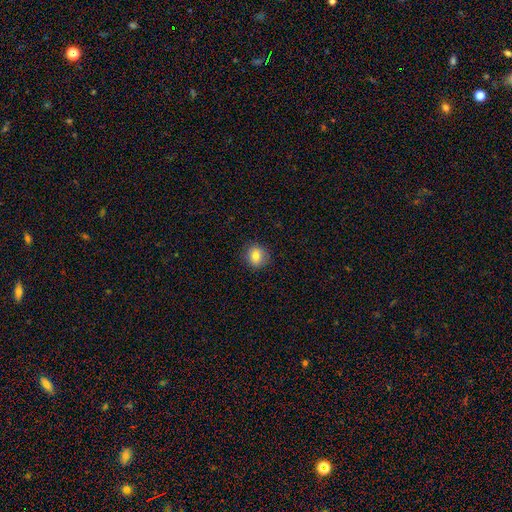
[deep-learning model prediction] Smooth or featured: smooth — 81% (star or artifact — 10%)
How rounded: round — 85% (in between — 14%)
Merging: none — 88% (minor disturbance — 9%)